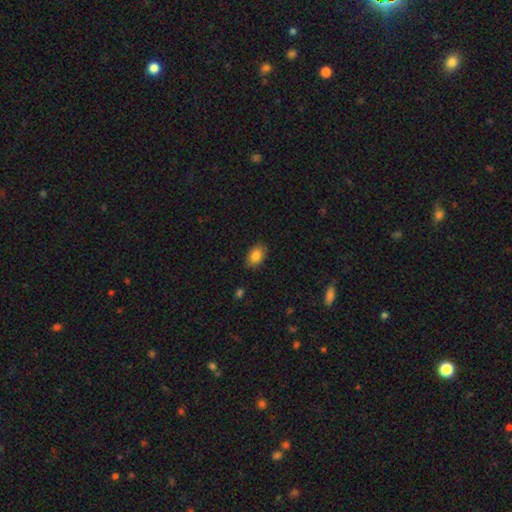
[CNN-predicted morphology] This appears to be a smooth galaxy with no disk features (84%) that is in between round and cigar-shaped (81%). Merging: none (84%).